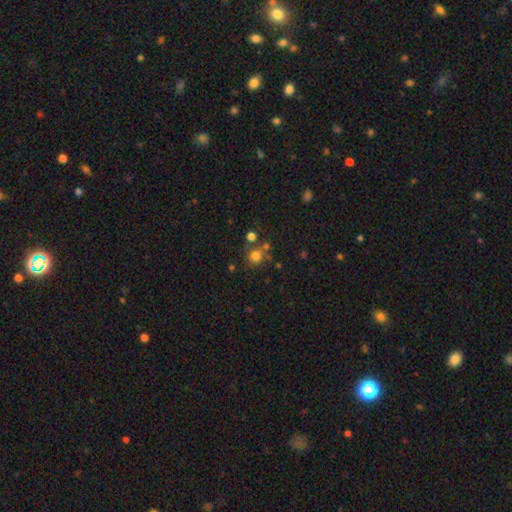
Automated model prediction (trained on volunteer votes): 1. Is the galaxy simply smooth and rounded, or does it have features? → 77% smooth, 15% star or artifact, 8% featured or disk.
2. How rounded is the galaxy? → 86% round, 13% in between, 1% cigar-shaped.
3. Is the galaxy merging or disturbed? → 67% none, 16% merger, 12% minor disturbance, 5% major disturbance.